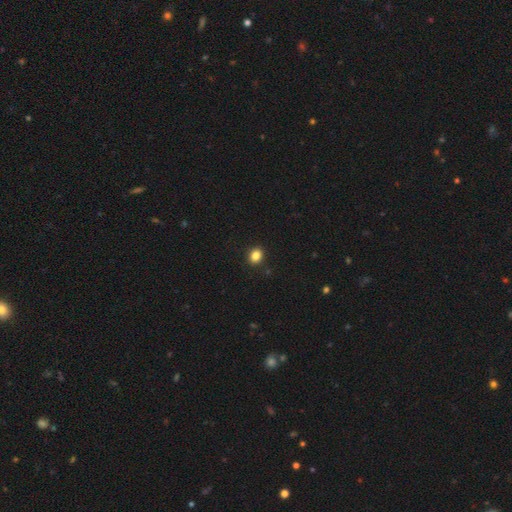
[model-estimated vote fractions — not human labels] Smooth or featured: smooth — 85% (star or artifact — 11%)
How rounded: round — 61% (in between — 38%)
Merging: none — 91% (minor disturbance — 6%)